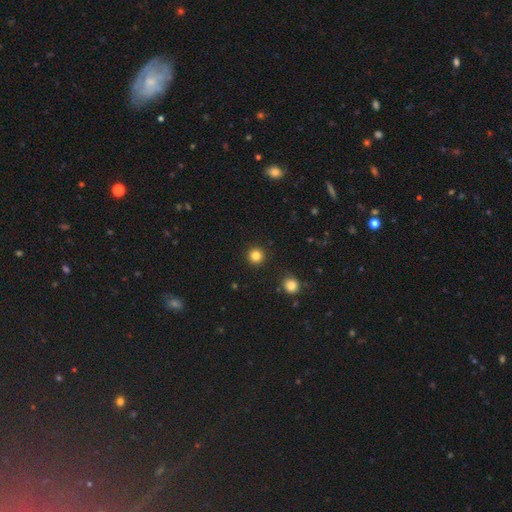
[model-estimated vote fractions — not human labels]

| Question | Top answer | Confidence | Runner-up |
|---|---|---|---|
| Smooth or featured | smooth | 83% | star or artifact (12%) |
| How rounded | round | 95% | in between (4%) |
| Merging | none | 92% | minor disturbance (4%) |